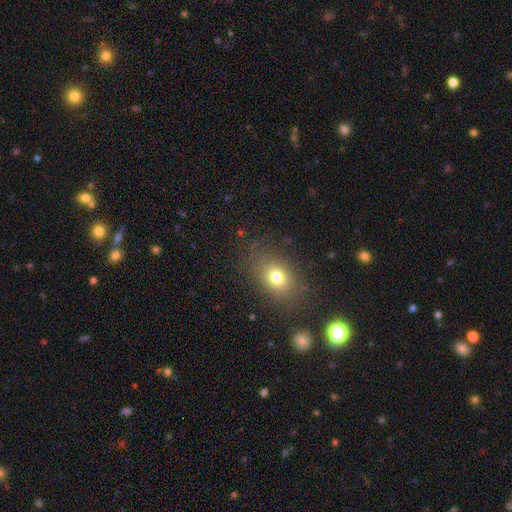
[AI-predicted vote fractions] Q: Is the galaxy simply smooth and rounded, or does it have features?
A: smooth — 68%.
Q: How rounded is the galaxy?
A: in between — 67%.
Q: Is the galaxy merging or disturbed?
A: none — 84%.